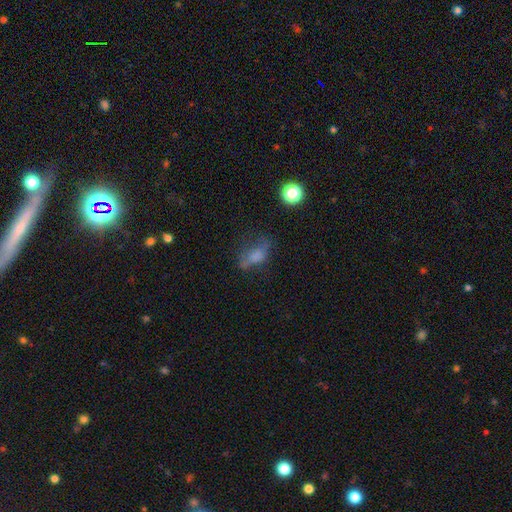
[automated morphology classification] This is possibly a smooth galaxy (58%). How rounded: likely in between (79%). Merging: marginally none (42%).